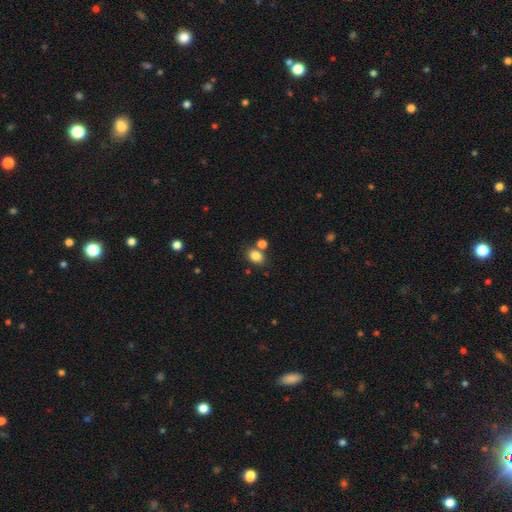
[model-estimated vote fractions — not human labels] smooth_or_featured: smooth (p=0.84) [alt: star or artifact p=0.11]
how_rounded: in between (p=0.66) [alt: round p=0.33]
merging: none (p=0.66) [alt: merger p=0.20]